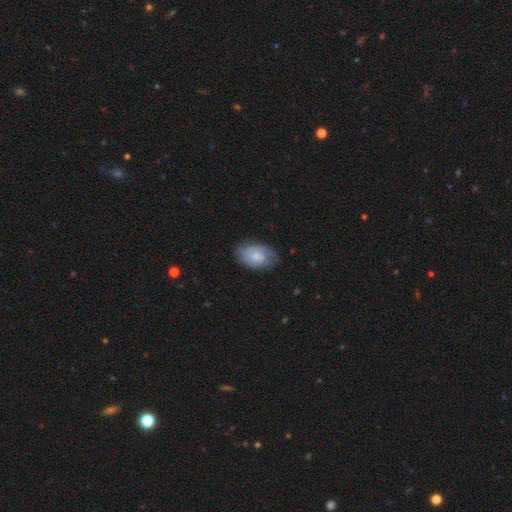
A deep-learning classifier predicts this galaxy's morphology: A smooth galaxy with no disk features (61%) that is in between round and cigar-shaped (91%). Merging: none (69%).